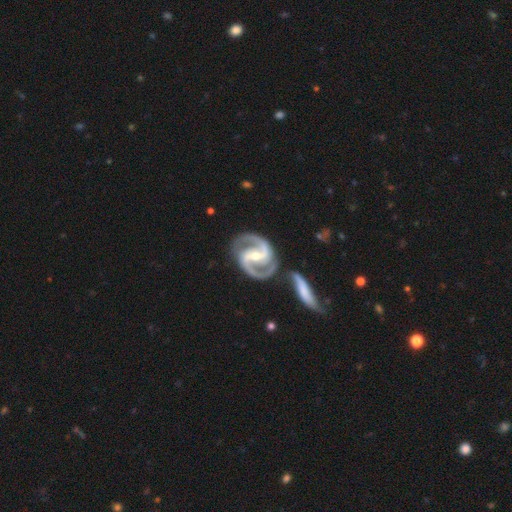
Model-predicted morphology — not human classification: Smooth or featured? Predicted: featured or disk (p=0.94). Edge-on disk? Predicted: no (p=0.98). Bar? Predicted: strong (p=0.59). Spiral arms? Predicted: yes (p=0.99). Spiral winding? Predicted: medium (p=0.63). Spiral arm count? Predicted: 2 (p=0.93). Bulge size? Predicted: moderate (p=0.52). Merging? Predicted: none (p=0.74).